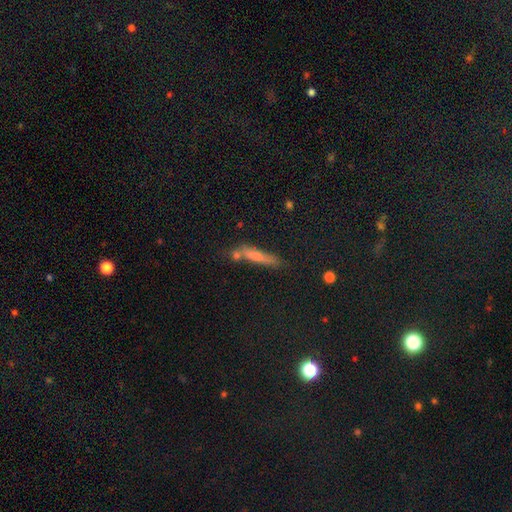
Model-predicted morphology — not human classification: smooth 68%, featured or disk 21%, star or artifact 11%. Down the decision tree: how rounded — cigar-shaped (86%); merging — none (61%).